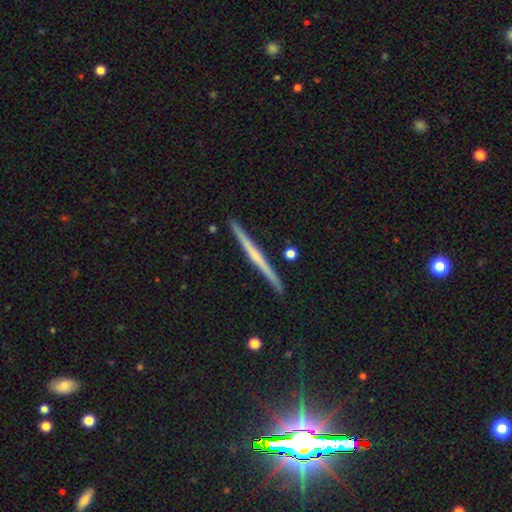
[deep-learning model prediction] Q: Smooth or featured?
A: featured or disk (65%); runner-up: smooth (29%)
Q: Edge-on disk?
A: yes (98%); runner-up: no (2%)
Q: Edge-on bulge?
A: none (62%); runner-up: rounded (31%)
Q: Merging?
A: none (91%); runner-up: minor disturbance (6%)